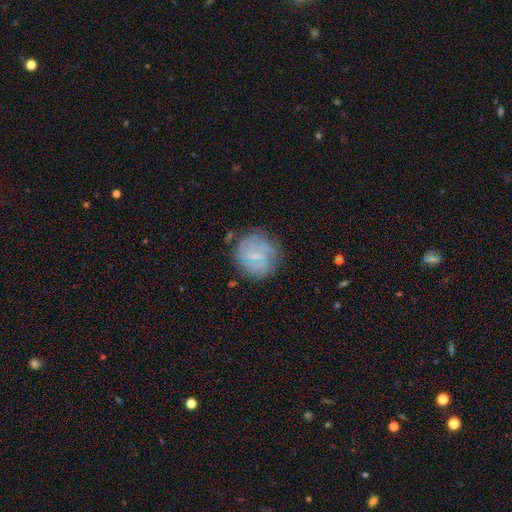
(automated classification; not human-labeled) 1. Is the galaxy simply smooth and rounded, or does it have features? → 58% featured or disk, 33% smooth, 10% star or artifact.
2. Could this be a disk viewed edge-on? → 97% no, 3% yes.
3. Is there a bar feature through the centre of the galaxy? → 48% weak, 43% no, 9% strong.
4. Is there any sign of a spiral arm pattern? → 79% yes, 21% no.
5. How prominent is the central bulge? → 62% small, 24% none, 12% moderate, 1% large, 1% dominant.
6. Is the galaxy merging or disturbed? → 74% none, 17% minor disturbance, 7% major disturbance, 2% merger.